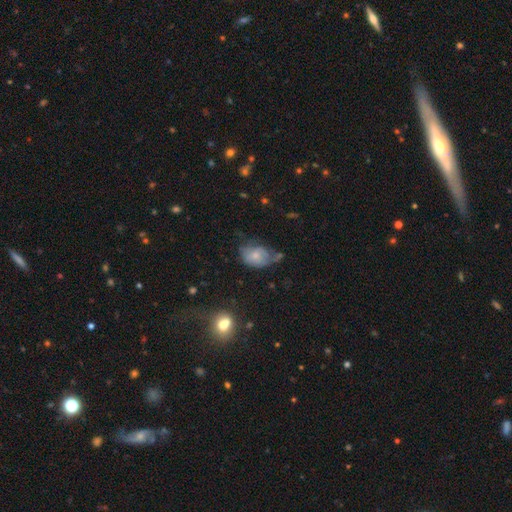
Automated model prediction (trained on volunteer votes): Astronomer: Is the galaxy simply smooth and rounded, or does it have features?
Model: smooth — 62%.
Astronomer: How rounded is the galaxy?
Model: in between — 76%.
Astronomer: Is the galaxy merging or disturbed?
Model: minor disturbance — 37% (runner-up: none, 33%).